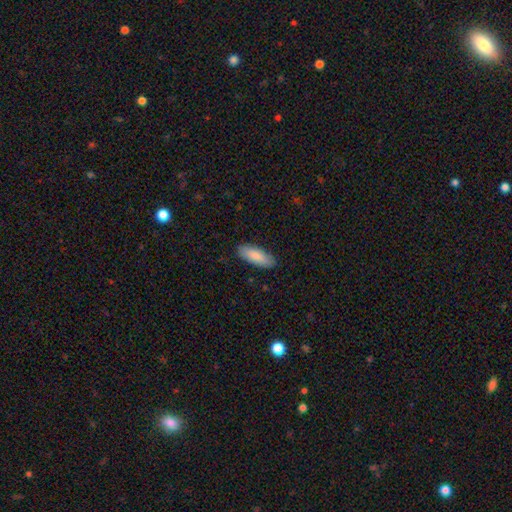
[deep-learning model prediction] Smooth or featured: smooth — 87% (featured or disk — 8%)
How rounded: in between — 72% (cigar-shaped — 26%)
Merging: none — 87% (minor disturbance — 10%)